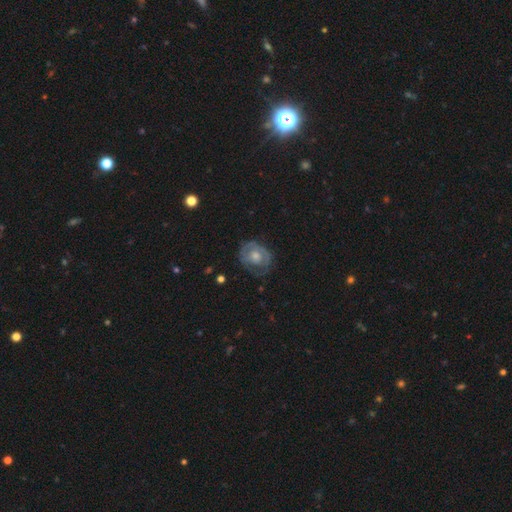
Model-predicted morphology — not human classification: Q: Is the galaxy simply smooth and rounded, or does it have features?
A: featured or disk — 61%.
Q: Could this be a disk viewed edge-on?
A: no — 97%.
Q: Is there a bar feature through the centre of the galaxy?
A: no — 81%.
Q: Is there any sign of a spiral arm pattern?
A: yes — 58%.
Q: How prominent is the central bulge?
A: moderate — 59%.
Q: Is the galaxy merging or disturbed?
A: none — 60%.